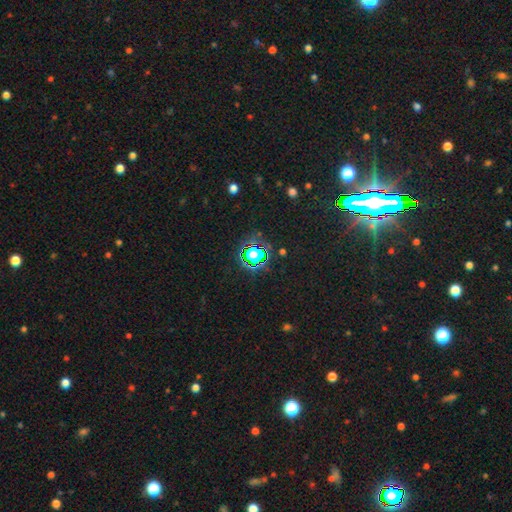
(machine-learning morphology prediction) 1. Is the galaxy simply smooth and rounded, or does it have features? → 62% star or artifact, 28% smooth, 10% featured or disk.